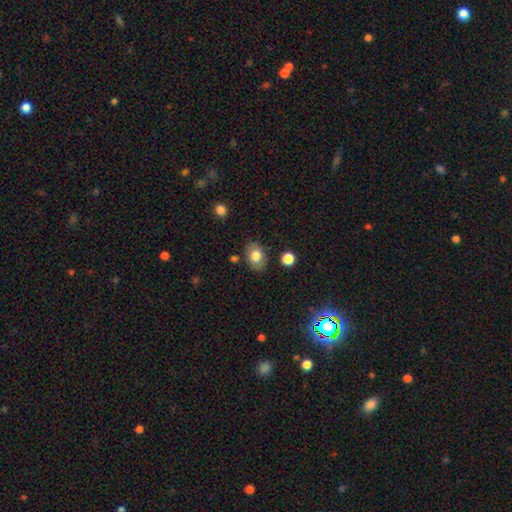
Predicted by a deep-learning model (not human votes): smooth_or_featured: smooth (p=0.79) [alt: featured or disk p=0.12]
how_rounded: in between (p=0.74) [alt: round p=0.25]
merging: none (p=0.80) [alt: minor disturbance p=0.13]